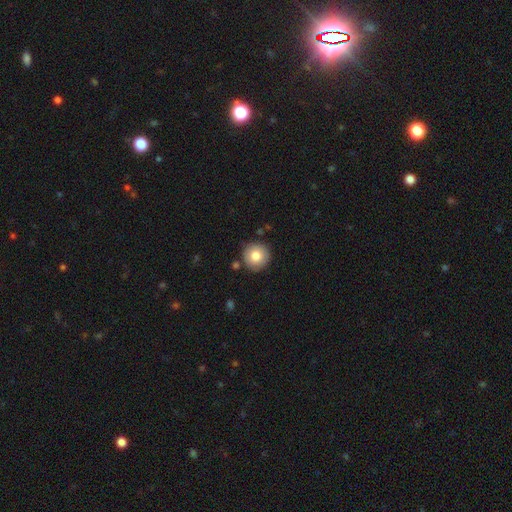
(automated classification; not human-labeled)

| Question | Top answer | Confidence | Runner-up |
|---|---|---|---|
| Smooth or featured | smooth | 81% | featured or disk (11%) |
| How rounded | round | 95% | in between (4%) |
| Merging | none | 85% | minor disturbance (9%) |